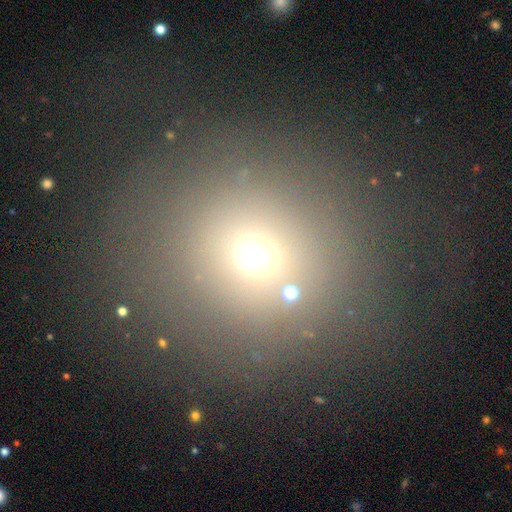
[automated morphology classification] smooth_or_featured: smooth (p=0.62) [alt: star or artifact p=0.28]
how_rounded: round (p=0.80) [alt: in between p=0.18]
merging: none (p=0.73) [alt: minor disturbance p=0.10]